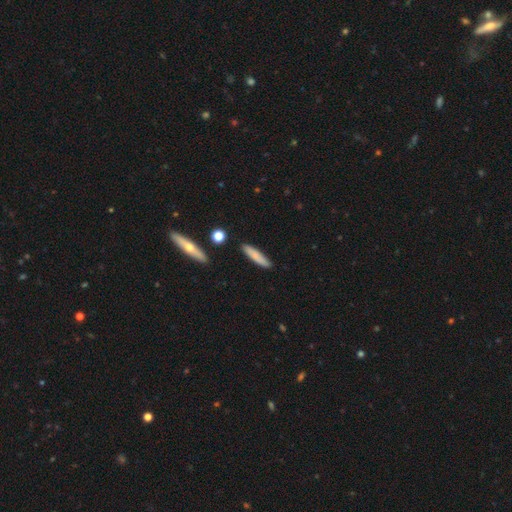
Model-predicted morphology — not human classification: Q: Smooth or featured?
A: smooth (80%); runner-up: featured or disk (14%)
Q: How rounded?
A: cigar-shaped (84%); runner-up: in between (14%)
Q: Merging?
A: none (88%); runner-up: minor disturbance (8%)